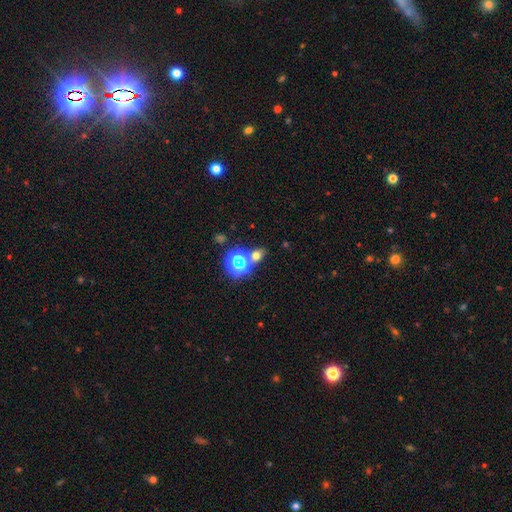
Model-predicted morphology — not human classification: This is possibly a smooth galaxy (51%). How rounded: possibly round (54%). Merging: likely none (67%).